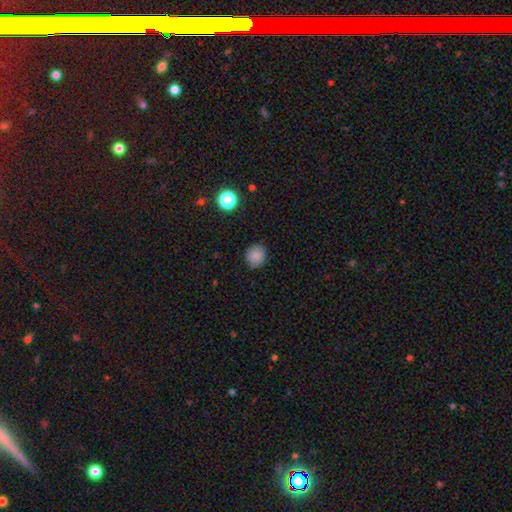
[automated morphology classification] Smooth or featured: smooth — 85% (star or artifact — 10%)
How rounded: round — 77% (in between — 22%)
Merging: none — 88% (minor disturbance — 8%)